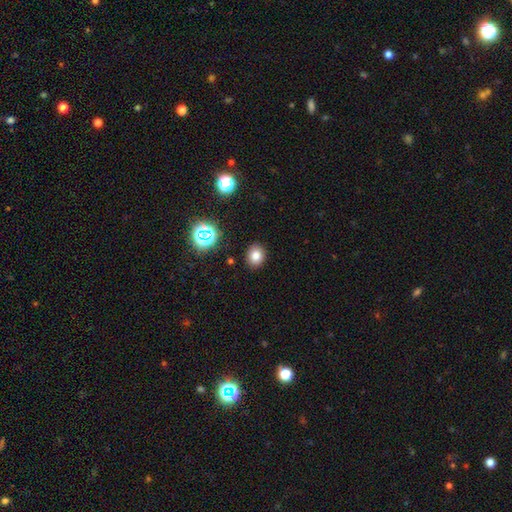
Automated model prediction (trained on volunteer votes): This appears to be a smooth galaxy with no disk features (78%) that is round (61%). Merging: none (89%).